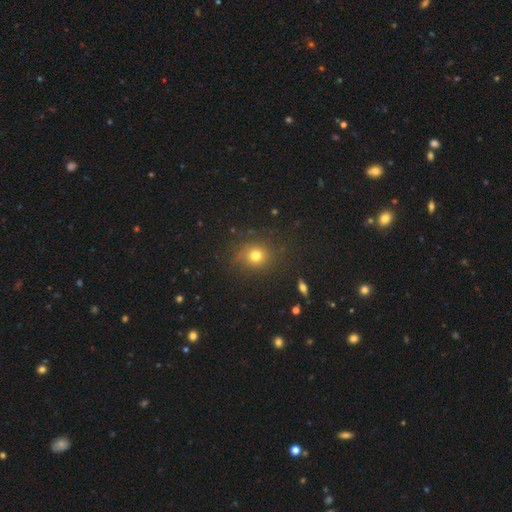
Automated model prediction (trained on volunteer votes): smooth 74%, star or artifact 18%, featured or disk 9%. Down the decision tree: how rounded — round (82%); merging — none (83%).